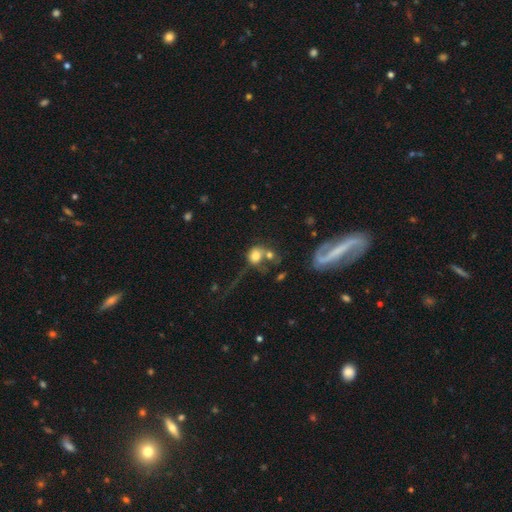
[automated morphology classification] Smooth or featured? smooth (67%)
How rounded? round (64%)
Merging? merger (38%)